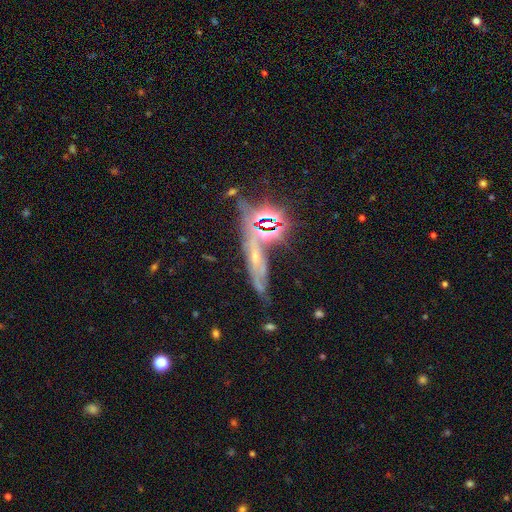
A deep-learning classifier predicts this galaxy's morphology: This is marginally a star or artifact rather than a galaxy (42%).